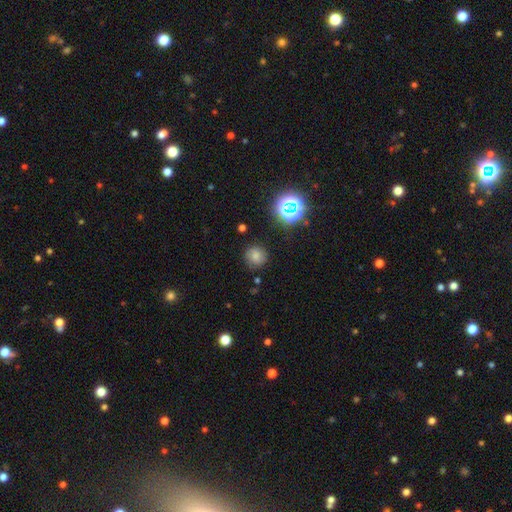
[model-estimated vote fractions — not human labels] Smooth or featured?
  - smooth: 71% *
  - star or artifact: 19%
  - featured or disk: 9%
How rounded?
  - round: 91% *
  - in between: 8%
  - cigar-shaped: 1%
Merging?
  - none: 84% *
  - minor disturbance: 11%
  - major disturbance: 3%
  - merger: 2%